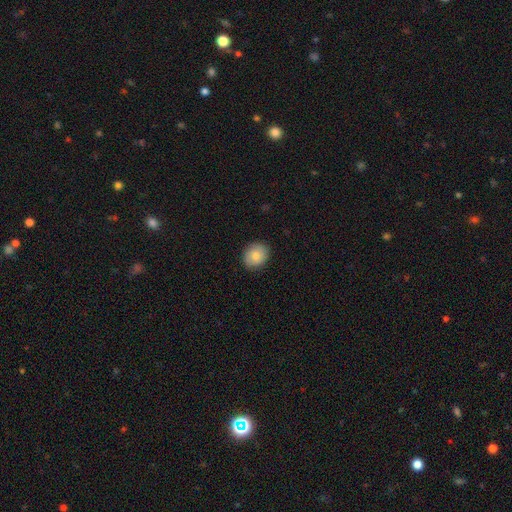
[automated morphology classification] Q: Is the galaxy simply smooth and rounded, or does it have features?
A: smooth — 81%.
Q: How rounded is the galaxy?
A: round — 70%.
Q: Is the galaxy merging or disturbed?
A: none — 87%.